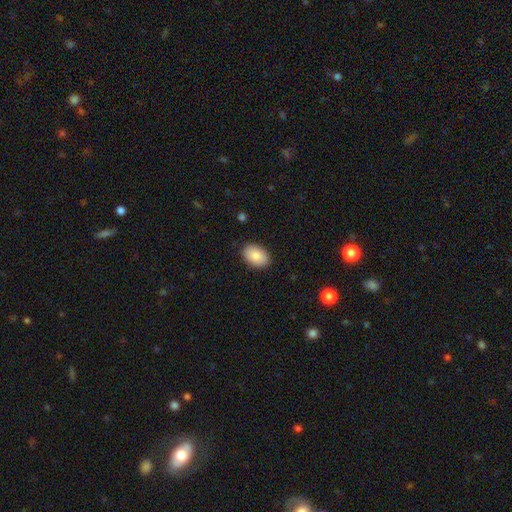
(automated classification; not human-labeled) Smooth or featured: smooth — 87% (star or artifact — 6%)
How rounded: in between — 88% (round — 11%)
Merging: none — 88% (minor disturbance — 9%)